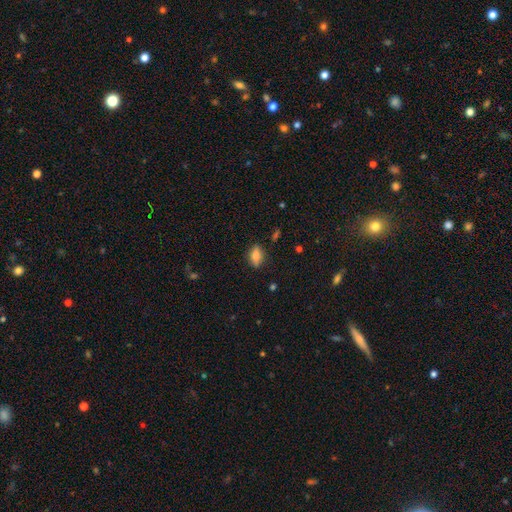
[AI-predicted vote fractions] Smooth or featured? smooth (73%)
How rounded? in between (79%)
Merging? none (82%)